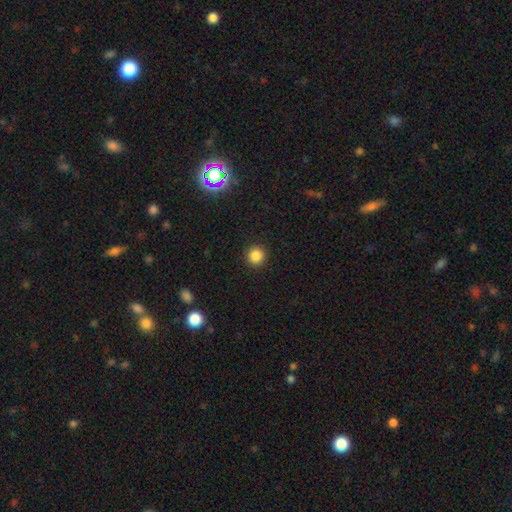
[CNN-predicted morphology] Q: Smooth or featured?
A: smooth (85%); runner-up: star or artifact (11%)
Q: How rounded?
A: round (94%); runner-up: in between (5%)
Q: Merging?
A: none (92%); runner-up: minor disturbance (5%)